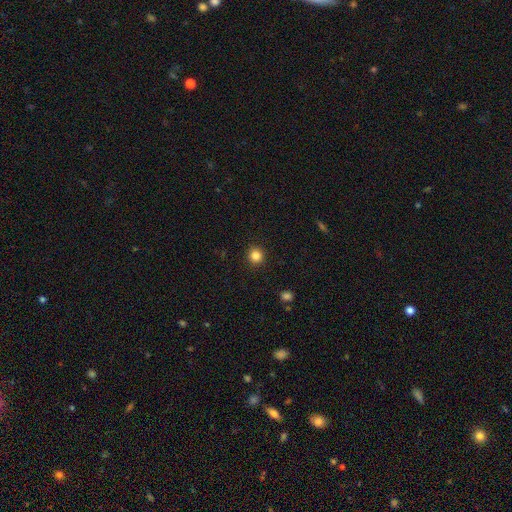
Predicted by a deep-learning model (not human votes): Morphology: type=smooth (84%); roundness=round (93%); merging=none (92%).